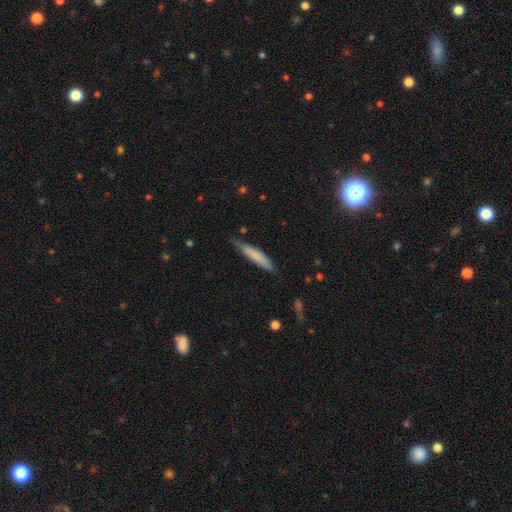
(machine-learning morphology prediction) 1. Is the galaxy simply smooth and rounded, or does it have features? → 75% smooth, 19% featured or disk, 6% star or artifact.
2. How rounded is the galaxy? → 88% cigar-shaped, 11% in between, 1% round.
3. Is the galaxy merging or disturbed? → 68% none, 26% minor disturbance, 4% major disturbance, 2% merger.